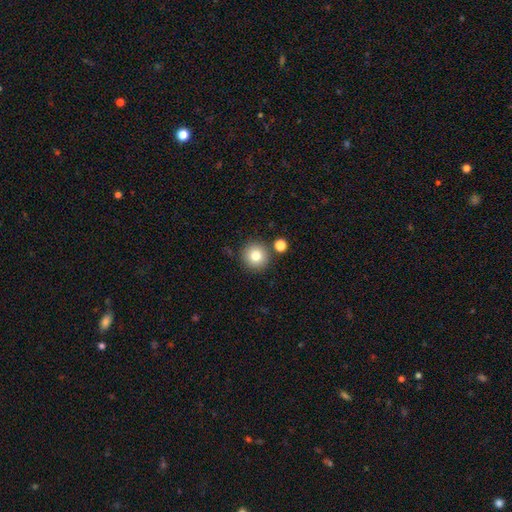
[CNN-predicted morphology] The model was most divided on "smooth or featured": smooth: 79%, star or artifact: 11%, featured or disk: 9%. More confident: how rounded — round (95%); merging — none (85%).